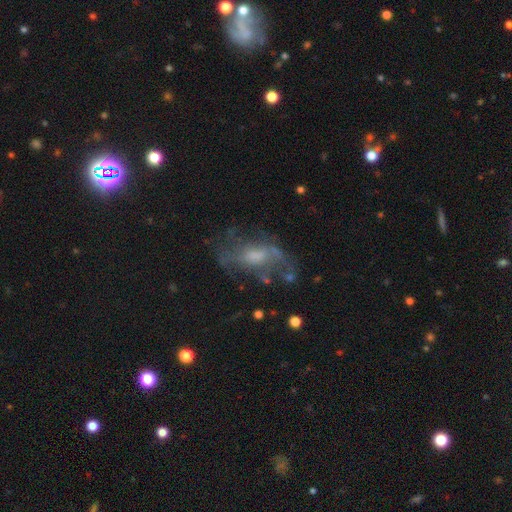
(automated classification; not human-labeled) Q: Smooth or featured?
A: featured or disk (64%); runner-up: smooth (24%)
Q: Edge-on disk?
A: no (91%); runner-up: yes (9%)
Q: Bar?
A: no (57%); runner-up: weak (34%)
Q: Spiral arms?
A: yes (58%); runner-up: no (42%)
Q: Bulge size?
A: moderate (41%); runner-up: small (31%)
Q: Merging?
A: none (50%); runner-up: major disturbance (26%)